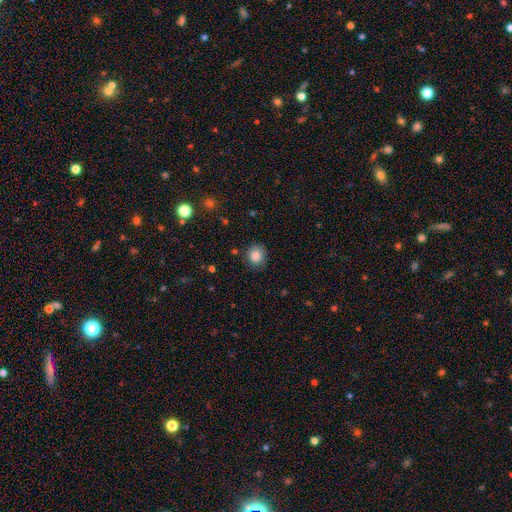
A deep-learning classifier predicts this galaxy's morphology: Q: Smooth or featured?
A: smooth (85%); runner-up: star or artifact (10%)
Q: How rounded?
A: round (81%); runner-up: in between (18%)
Q: Merging?
A: none (80%); runner-up: minor disturbance (15%)